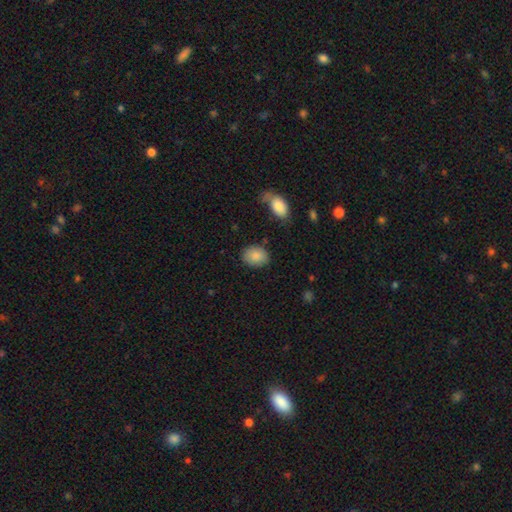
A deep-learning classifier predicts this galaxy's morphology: Smooth or featured: smooth — 86% (star or artifact — 7%)
How rounded: in between — 61% (round — 37%)
Merging: none — 80% (minor disturbance — 13%)